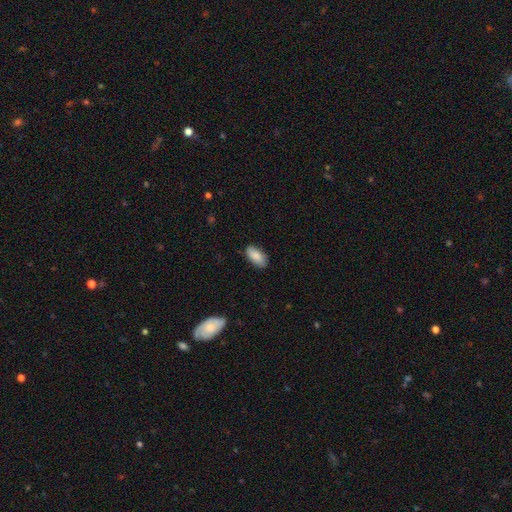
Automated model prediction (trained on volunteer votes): Overall: smooth (88%). How rounded: in between (92%). Merging: none (84%).